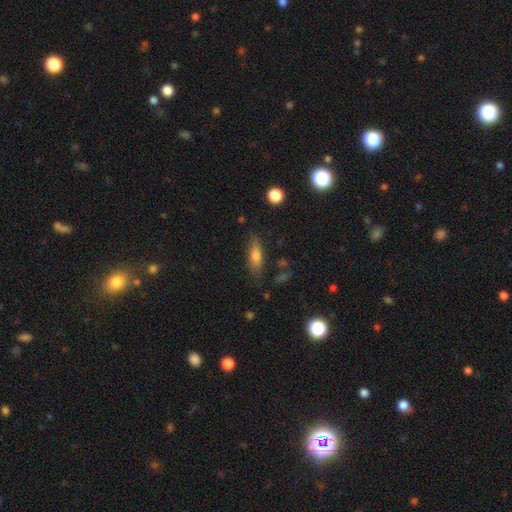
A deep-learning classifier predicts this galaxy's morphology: A smooth galaxy with no disk features (72%) that is in between round and cigar-shaped (57%).

Vote fractions:
- Smooth or featured? smooth: 72% / featured or disk: 19% / star or artifact: 9%
- How rounded? in between: 57% / cigar-shaped: 39% / round: 3%
- Merging? none: 76% / minor disturbance: 16% / major disturbance: 5% / merger: 3%